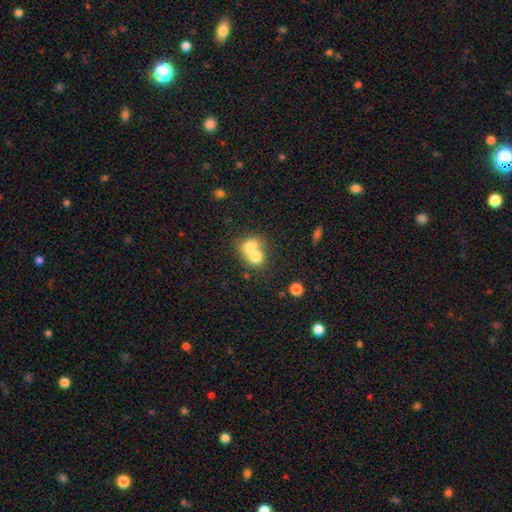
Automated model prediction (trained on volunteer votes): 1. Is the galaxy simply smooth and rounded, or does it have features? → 73% smooth, 18% featured or disk, 9% star or artifact.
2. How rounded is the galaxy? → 59% round, 40% in between, 1% cigar-shaped.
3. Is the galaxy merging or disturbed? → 72% merger, 20% none, 5% minor disturbance, 3% major disturbance.